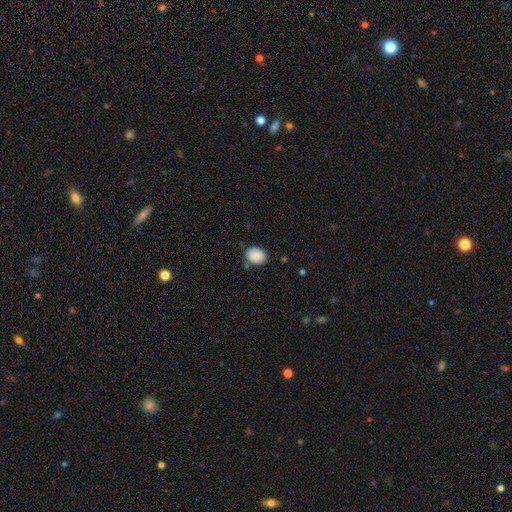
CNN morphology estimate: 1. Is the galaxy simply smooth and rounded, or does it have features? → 88% smooth, 7% star or artifact, 5% featured or disk.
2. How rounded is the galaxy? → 56% in between, 44% round, 1% cigar-shaped.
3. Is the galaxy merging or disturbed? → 72% none, 17% minor disturbance, 7% merger, 4% major disturbance.